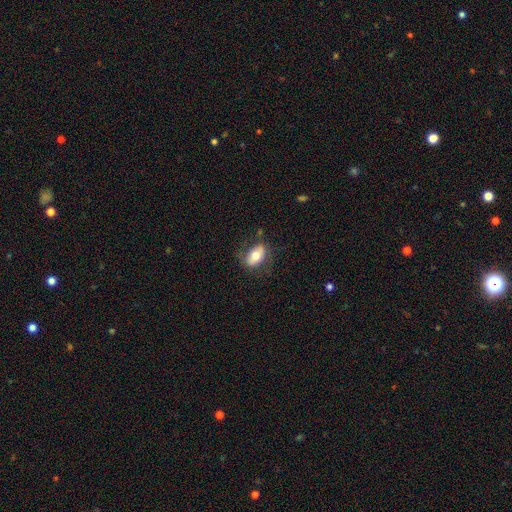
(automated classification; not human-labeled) This is likely a smooth galaxy (64%). How rounded: clearly in between (88%). Merging: likely none (70%).